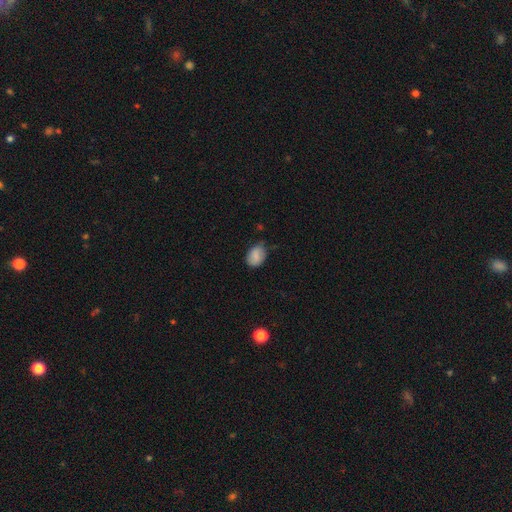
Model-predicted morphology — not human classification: This is clearly a smooth galaxy (83%). How rounded: likely in between (74%). Merging: likely none (64%).